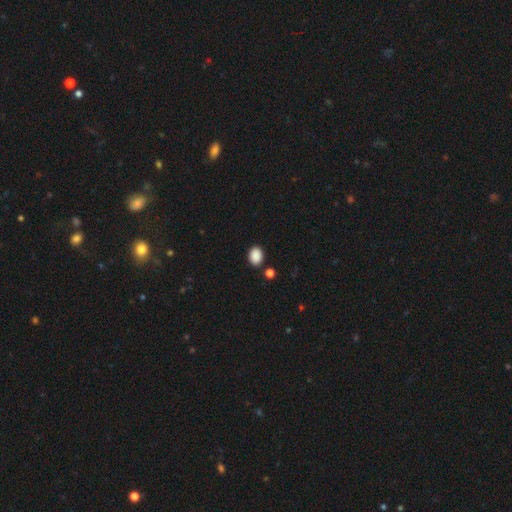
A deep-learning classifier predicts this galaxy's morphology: smooth 89%, star or artifact 9%, featured or disk 3%. Down the decision tree: how rounded — in between (68%); merging — none (85%).